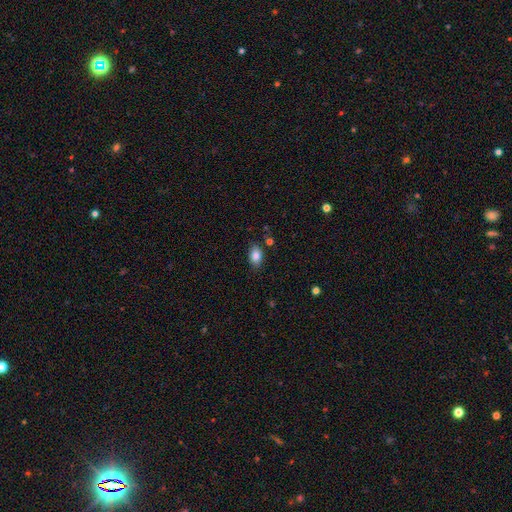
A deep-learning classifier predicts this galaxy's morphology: The model was most divided on "merging": none: 83%, minor disturbance: 12%, major disturbance: 3%, merger: 2%. More confident: how rounded — in between (88%); smooth or featured — smooth (85%).